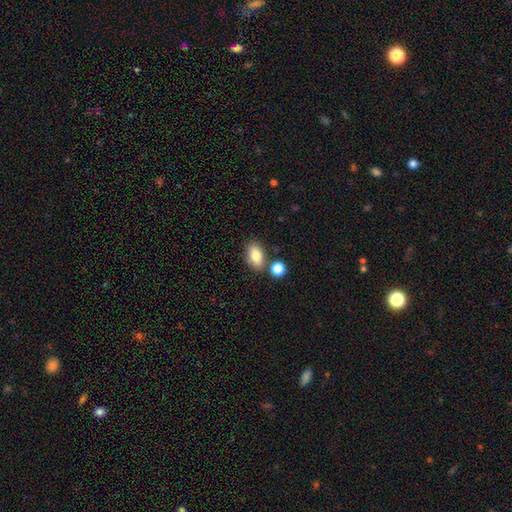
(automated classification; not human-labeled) Morphology: type=smooth (82%); roundness=in between (89%); merging=none (74%).